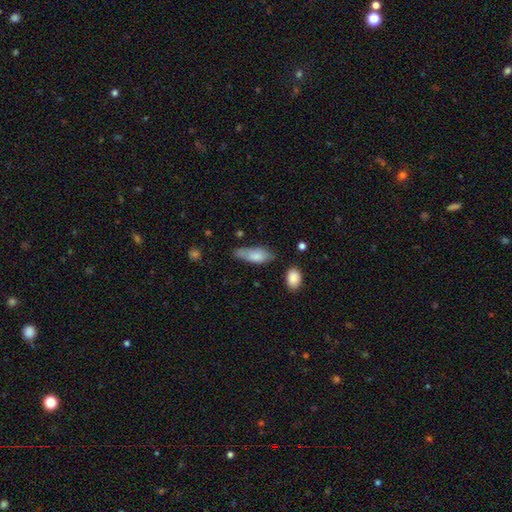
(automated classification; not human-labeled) The model was most divided on "merging": none: 52%, minor disturbance: 34%, major disturbance: 9%, merger: 5%. More confident: smooth or featured — smooth (78%); how rounded — in between (71%).